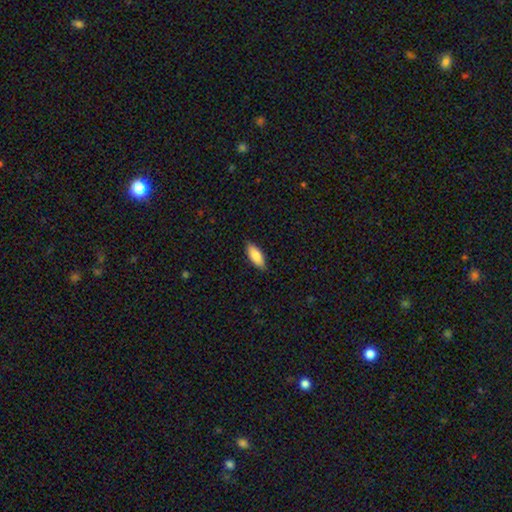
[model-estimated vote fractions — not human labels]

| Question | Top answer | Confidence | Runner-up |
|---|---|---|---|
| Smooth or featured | smooth | 83% | featured or disk (11%) |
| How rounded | in between | 76% | cigar-shaped (22%) |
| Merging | none | 86% | minor disturbance (11%) |